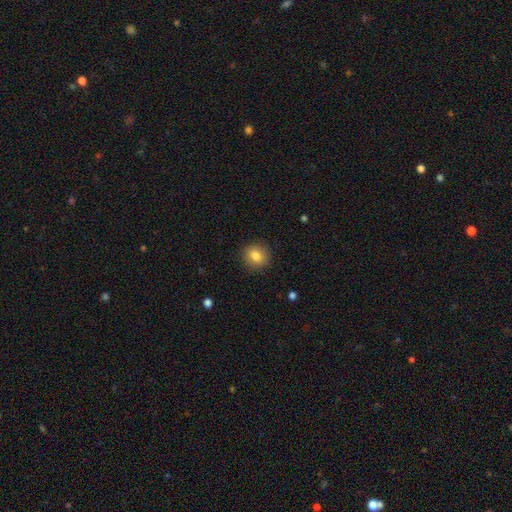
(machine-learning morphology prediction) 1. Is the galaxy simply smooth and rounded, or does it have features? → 83% smooth, 9% star or artifact, 7% featured or disk.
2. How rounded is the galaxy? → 84% round, 15% in between, 1% cigar-shaped.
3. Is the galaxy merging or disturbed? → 90% none, 7% minor disturbance, 2% major disturbance, 1% merger.